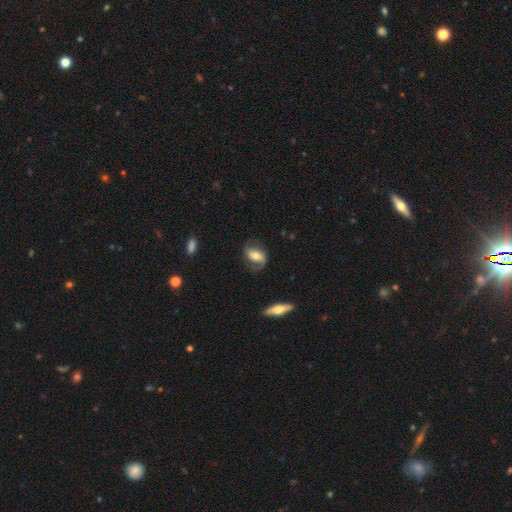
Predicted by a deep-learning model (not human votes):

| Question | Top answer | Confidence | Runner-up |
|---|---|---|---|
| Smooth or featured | featured or disk | 54% | smooth (39%) |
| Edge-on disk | no | 91% | yes (9%) |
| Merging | none | 66% | minor disturbance (21%) |